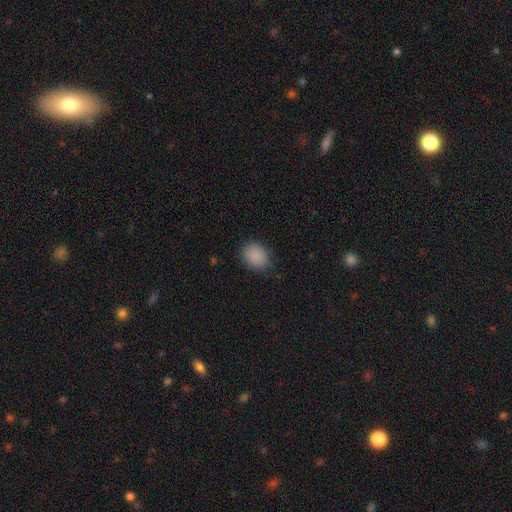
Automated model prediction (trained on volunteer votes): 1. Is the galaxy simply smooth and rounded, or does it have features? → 88% smooth, 8% star or artifact, 4% featured or disk.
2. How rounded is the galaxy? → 52% in between, 47% round, 1% cigar-shaped.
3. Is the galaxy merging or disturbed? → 81% none, 14% minor disturbance, 3% major disturbance, 1% merger.